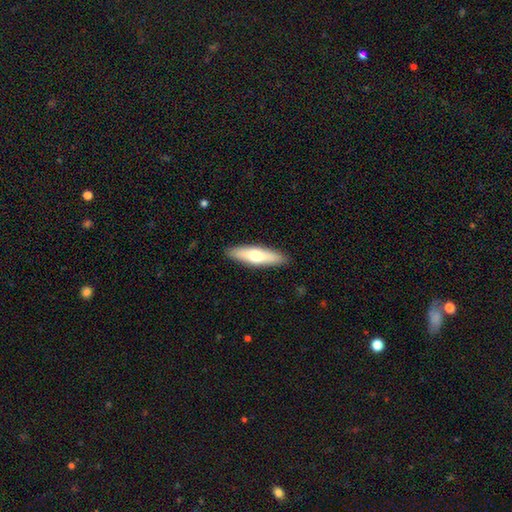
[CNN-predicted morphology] A smooth galaxy with no disk features (60%) that is cigar-shaped (64%). Merging: none (90%).